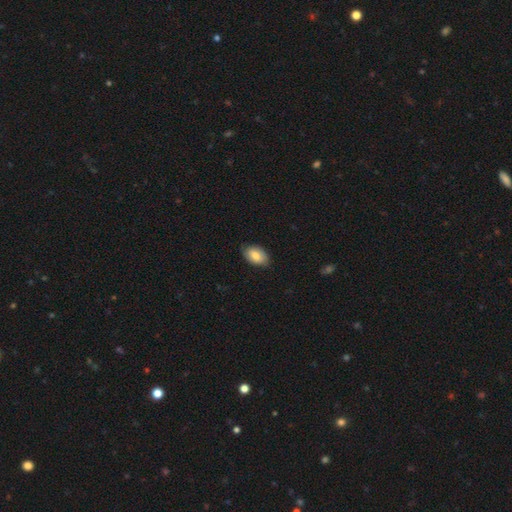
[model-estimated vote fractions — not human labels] Q: Smooth or featured?
A: smooth (81%); runner-up: featured or disk (13%)
Q: How rounded?
A: in between (92%); runner-up: round (6%)
Q: Merging?
A: none (80%); runner-up: minor disturbance (17%)